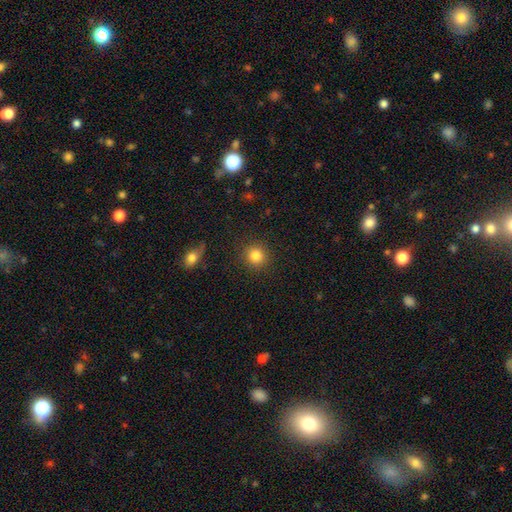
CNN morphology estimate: A smooth galaxy with no disk features (84%) that is round (92%).

Vote fractions:
- Smooth or featured? smooth: 84% / star or artifact: 11% / featured or disk: 5%
- How rounded? round: 92% / in between: 7% / cigar-shaped: 1%
- Merging? none: 90% / minor disturbance: 6% / major disturbance: 3% / merger: 2%